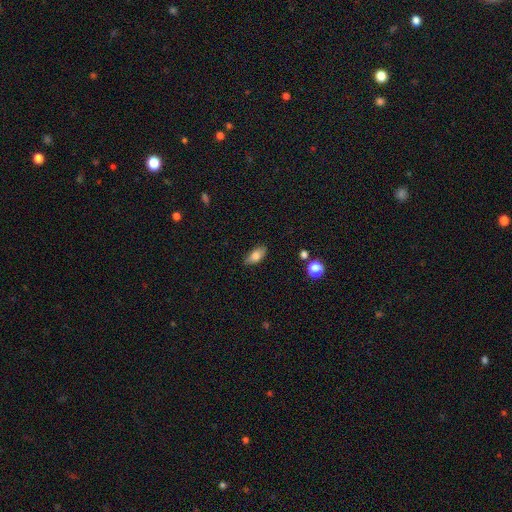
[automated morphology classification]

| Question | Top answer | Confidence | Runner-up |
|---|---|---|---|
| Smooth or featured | smooth | 76% | featured or disk (16%) |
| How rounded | in between | 84% | cigar-shaped (12%) |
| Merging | none | 82% | minor disturbance (14%) |